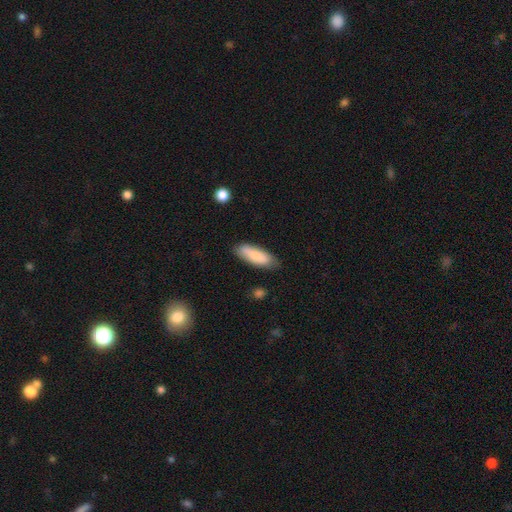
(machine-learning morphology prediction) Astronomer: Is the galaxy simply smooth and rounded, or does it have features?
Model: smooth — 84%.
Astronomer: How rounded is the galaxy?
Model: in between — 57% (runner-up: cigar-shaped, 41%).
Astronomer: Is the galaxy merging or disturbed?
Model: none — 78%.